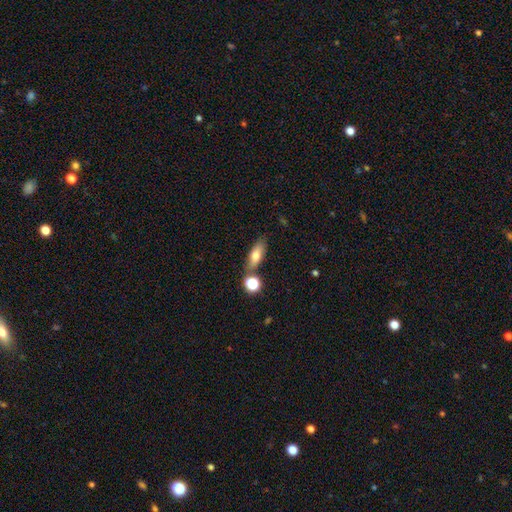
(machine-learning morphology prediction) A smooth galaxy with no disk features (72%) that is in between round and cigar-shaped (68%). Merging: none (72%).